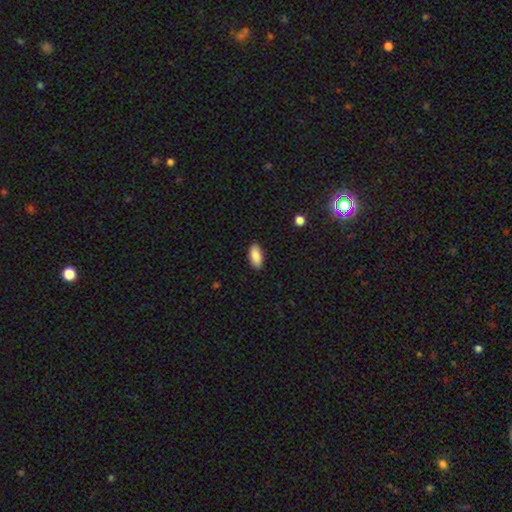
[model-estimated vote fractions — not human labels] This is clearly a smooth galaxy (88%). How rounded: clearly in between (91%). Merging: clearly none (89%).